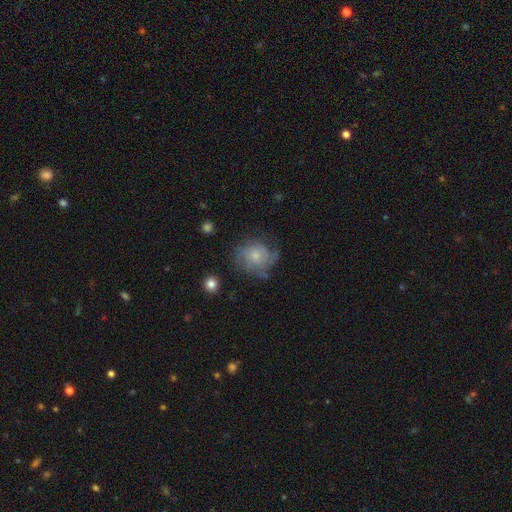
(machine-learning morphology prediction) This appears to be a featured or disk galaxy (51%). Merging: none (59%).